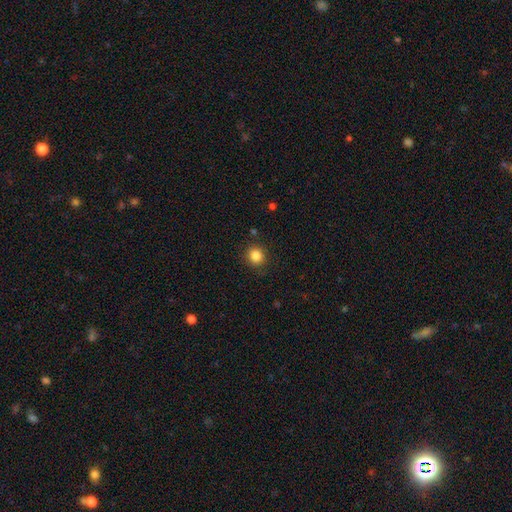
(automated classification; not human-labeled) Q: Smooth or featured?
A: smooth (85%); runner-up: star or artifact (11%)
Q: How rounded?
A: round (87%); runner-up: in between (13%)
Q: Merging?
A: none (89%); runner-up: minor disturbance (7%)